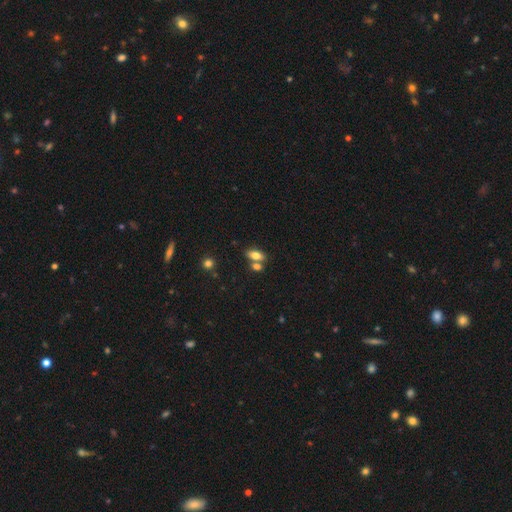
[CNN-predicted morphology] This is likely a smooth galaxy (76%). How rounded: clearly in between (87%). Merging: possibly none (54%).